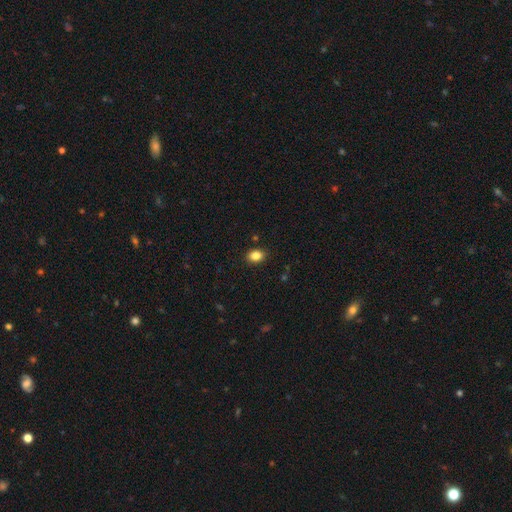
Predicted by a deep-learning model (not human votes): Q: Smooth or featured?
A: smooth (86%); runner-up: star or artifact (10%)
Q: How rounded?
A: in between (66%); runner-up: round (33%)
Q: Merging?
A: none (88%); runner-up: minor disturbance (8%)